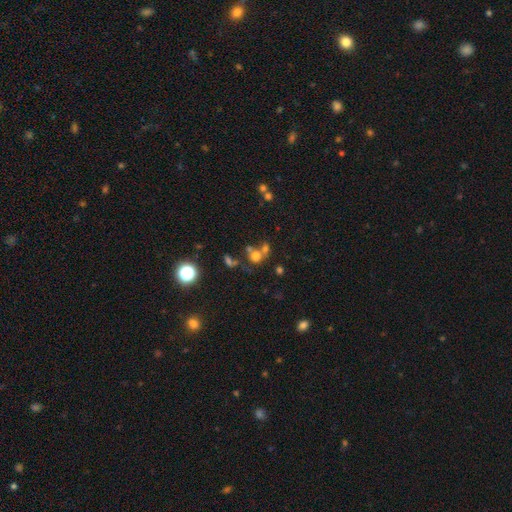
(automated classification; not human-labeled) The model was most divided on "merging": none: 43%, merger: 41%, minor disturbance: 9%, major disturbance: 7%. More confident: how rounded — round (80%); smooth or featured — smooth (63%).